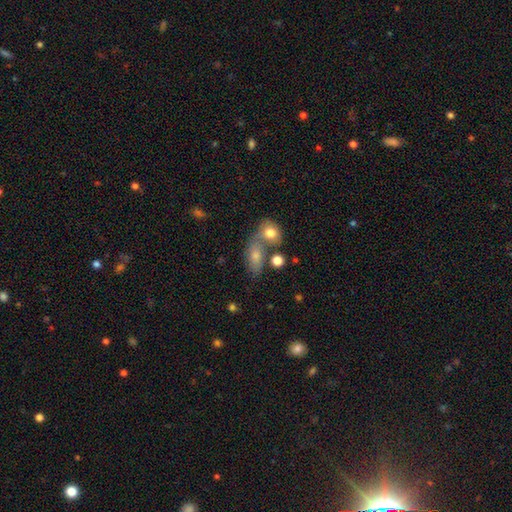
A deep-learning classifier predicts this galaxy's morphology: Smooth or featured? Predicted: smooth (p=0.73). How rounded? Predicted: in between (p=0.82). Merging? Predicted: merger (p=0.42).